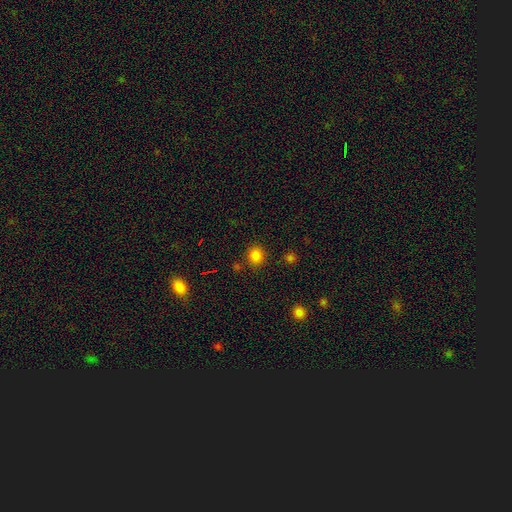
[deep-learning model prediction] A smooth galaxy with no disk features (81%) that is round (76%). Merging: none (85%).